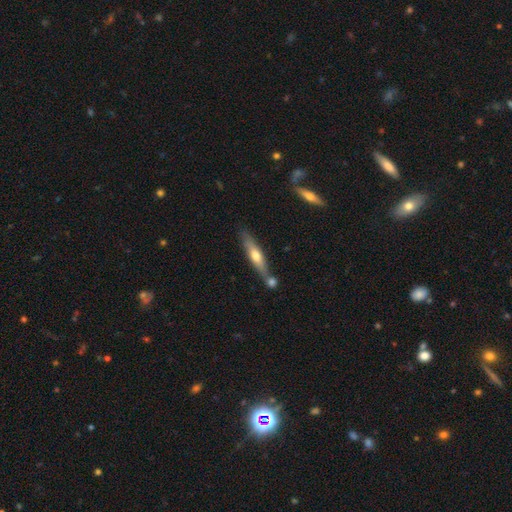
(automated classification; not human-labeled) This is possibly a smooth galaxy (51%). How rounded: clearly cigar-shaped (82%). Merging: likely none (61%).